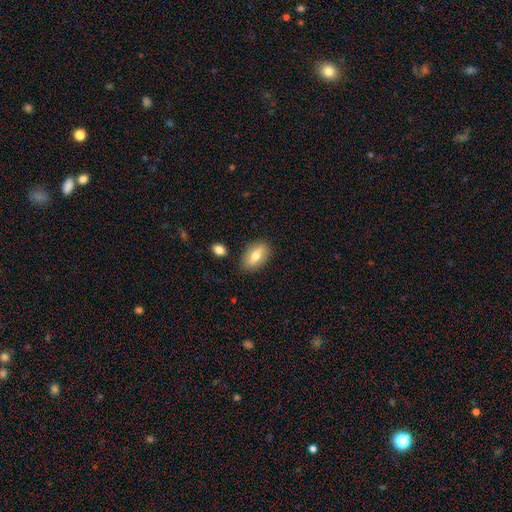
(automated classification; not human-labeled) Q: Smooth or featured?
A: smooth (71%); runner-up: featured or disk (22%)
Q: How rounded?
A: in between (89%); runner-up: round (6%)
Q: Merging?
A: none (85%); runner-up: minor disturbance (10%)